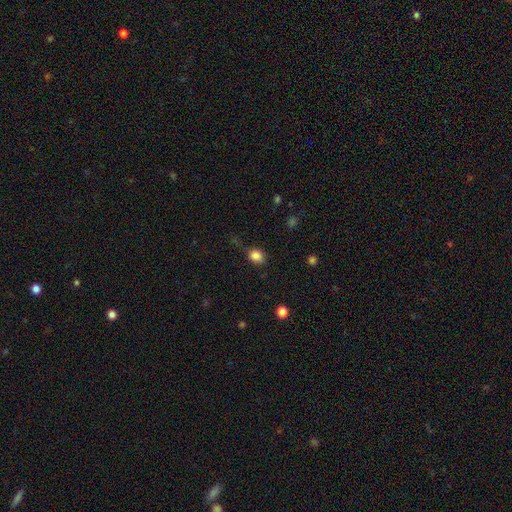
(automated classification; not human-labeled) Smooth or featured? Predicted: smooth (p=0.84). How rounded? Predicted: in between (p=0.55). Merging? Predicted: none (p=0.73).